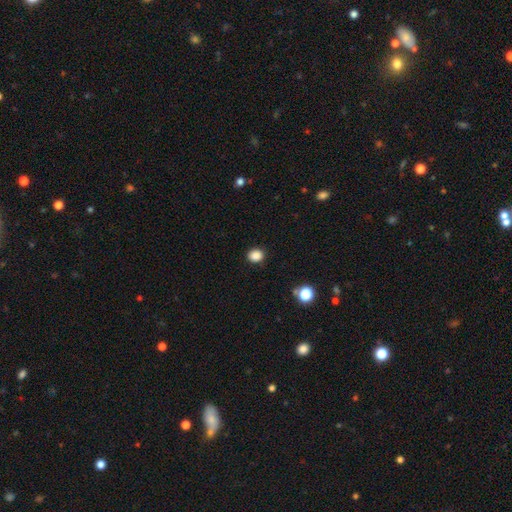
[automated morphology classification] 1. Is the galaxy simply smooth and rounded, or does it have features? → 86% smooth, 11% star or artifact, 3% featured or disk.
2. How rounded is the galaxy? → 70% round, 29% in between, 1% cigar-shaped.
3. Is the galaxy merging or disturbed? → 89% none, 8% minor disturbance, 2% major disturbance, 1% merger.